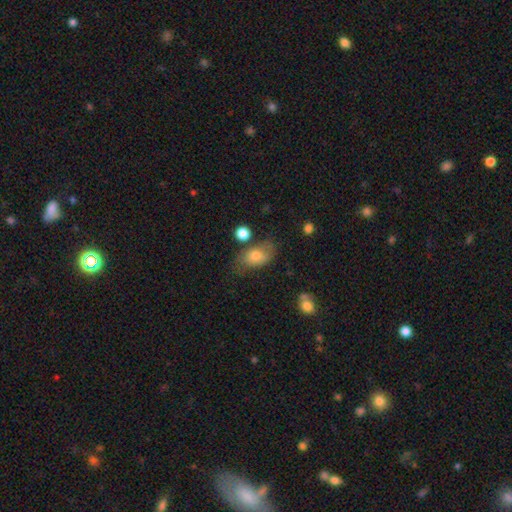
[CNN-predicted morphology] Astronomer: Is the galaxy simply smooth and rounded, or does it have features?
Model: smooth — 72%.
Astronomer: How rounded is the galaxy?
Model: in between — 86%.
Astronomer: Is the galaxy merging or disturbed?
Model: none — 56%.